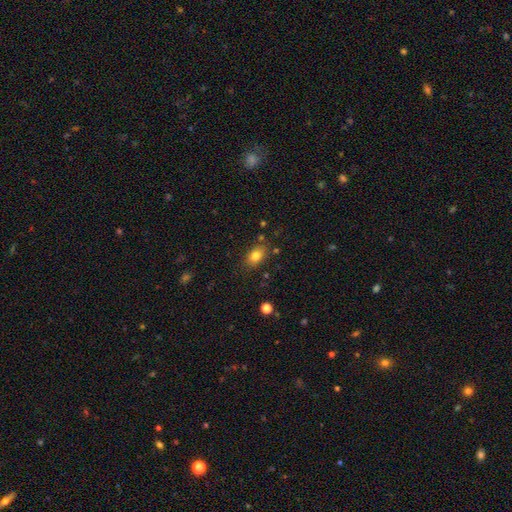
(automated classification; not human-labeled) This appears to be a smooth galaxy with no disk features (81%) that is in between round and cigar-shaped (81%). Merging: none (79%).